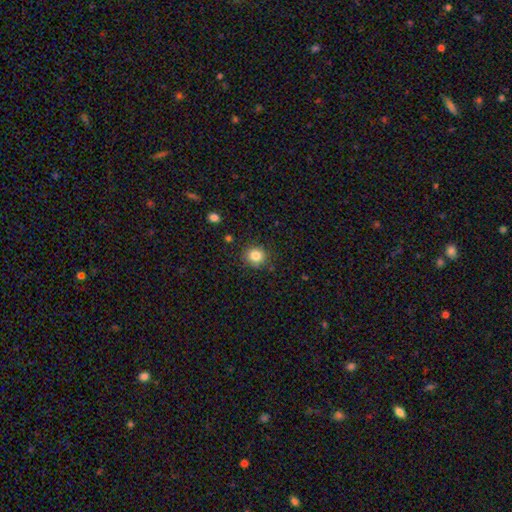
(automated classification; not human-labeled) Smooth or featured: smooth — 84% (star or artifact — 11%)
How rounded: round — 88% (in between — 11%)
Merging: none — 87% (minor disturbance — 9%)